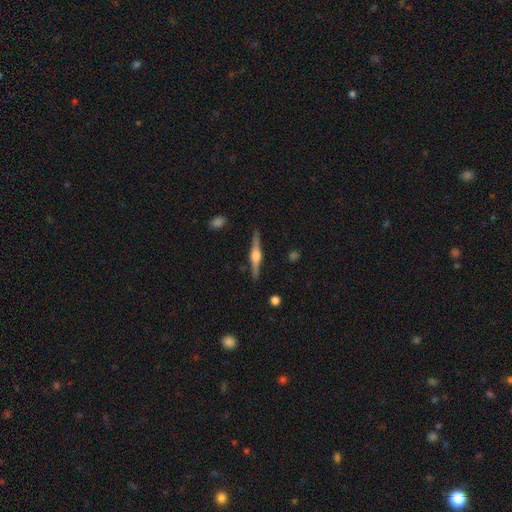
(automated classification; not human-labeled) Smooth or featured: featured or disk — 80% (smooth — 15%)
Edge-on disk: yes — 98% (no — 2%)
Edge-on bulge: rounded — 91% (boxy — 7%)
Merging: none — 90% (minor disturbance — 7%)